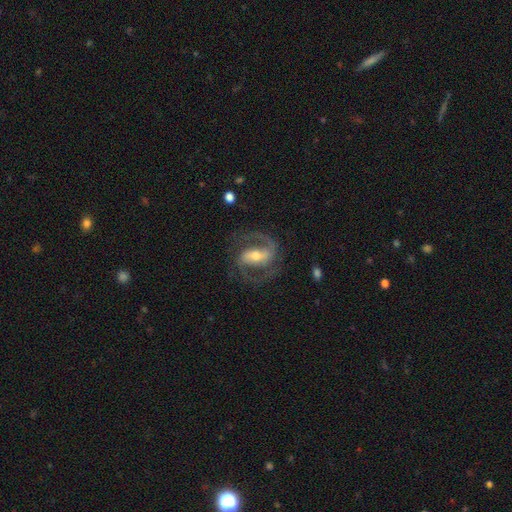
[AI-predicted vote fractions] Morphology: type=featured or disk (89%); edge-on=no (97%); bar=strong (54%); spiral arms=yes (96%); winding=medium (61%); arm count=2 (90%); bulge=moderate (58%); merging=none (76%).